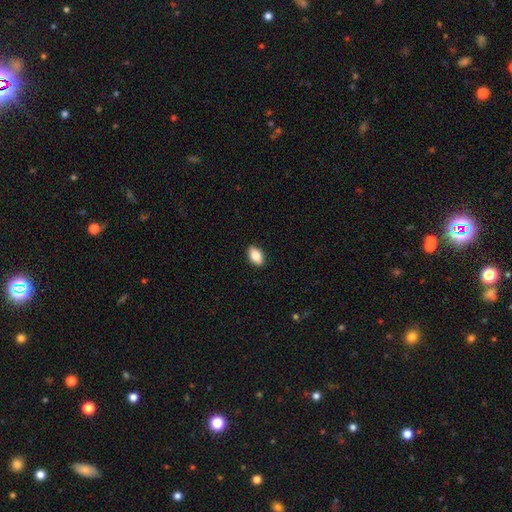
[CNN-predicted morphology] Q: Smooth or featured?
A: smooth (84%); runner-up: featured or disk (9%)
Q: How rounded?
A: in between (90%); runner-up: round (6%)
Q: Merging?
A: none (90%); runner-up: minor disturbance (8%)